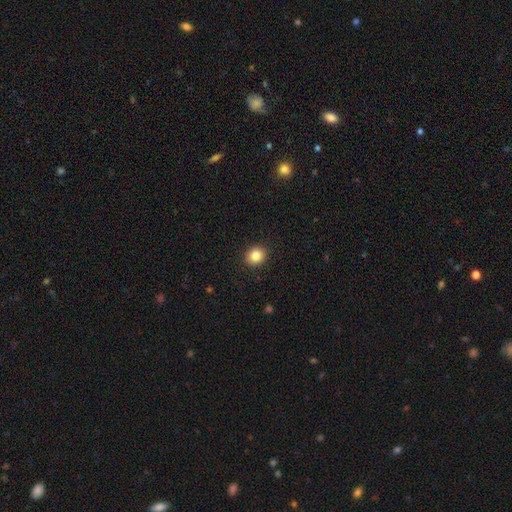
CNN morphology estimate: Smooth or featured? smooth (84%)
How rounded? round (77%)
Merging? none (92%)